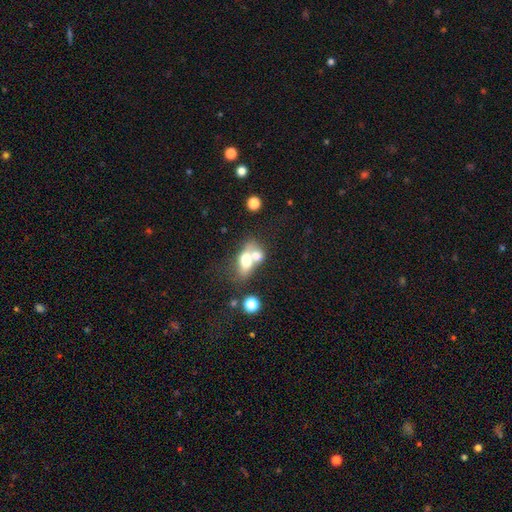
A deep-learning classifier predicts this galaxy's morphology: Smooth or featured? Predicted: smooth (p=0.65). How rounded? Predicted: in between (p=0.71). Merging? Predicted: merger (p=0.65).